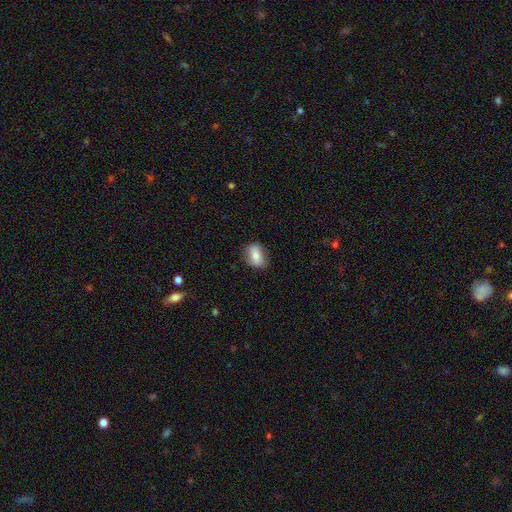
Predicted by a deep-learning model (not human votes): Overall: smooth (69%). How rounded: in between (73%). Merging: none (78%).